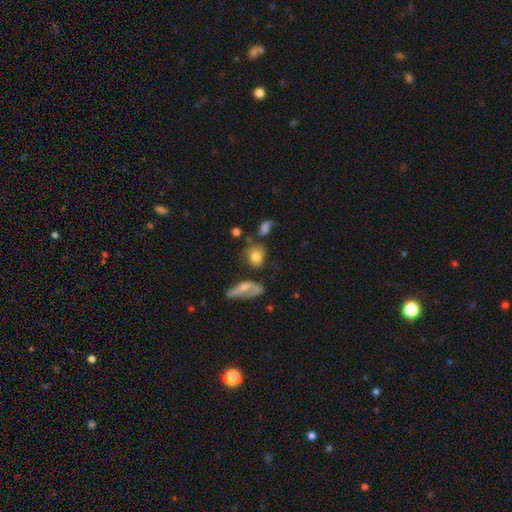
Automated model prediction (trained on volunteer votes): smooth 74%, featured or disk 16%, star or artifact 10%. Down the decision tree: how rounded — round (56%); merging — none (52%).